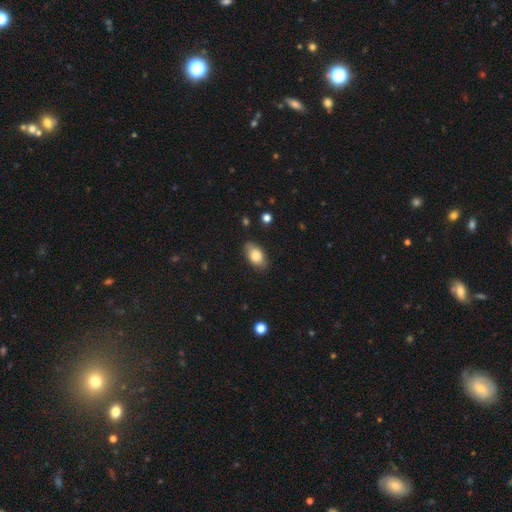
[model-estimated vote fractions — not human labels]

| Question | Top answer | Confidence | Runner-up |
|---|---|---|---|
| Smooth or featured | smooth | 82% | featured or disk (11%) |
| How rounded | in between | 90% | round (7%) |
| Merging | none | 81% | minor disturbance (15%) |